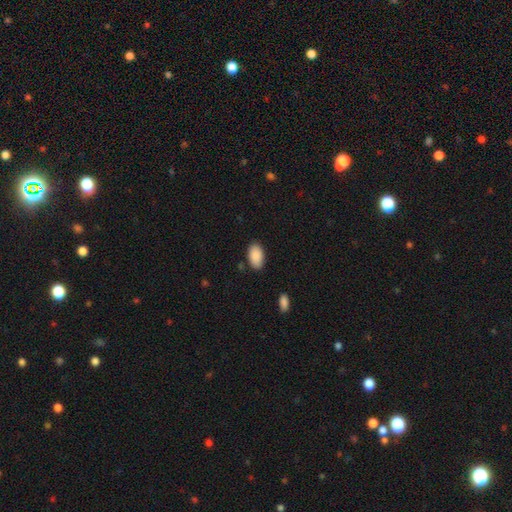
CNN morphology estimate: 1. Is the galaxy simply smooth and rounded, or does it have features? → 90% smooth, 6% star or artifact, 4% featured or disk.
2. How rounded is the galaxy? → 94% in between, 4% round, 2% cigar-shaped.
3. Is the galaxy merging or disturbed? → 84% none, 12% minor disturbance, 3% major disturbance, 2% merger.